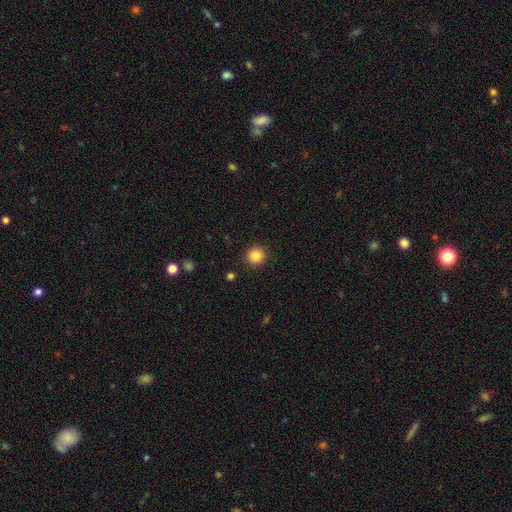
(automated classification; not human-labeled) smooth-or-featured: smooth: 86% | star or artifact: 10% | featured or disk: 4%
  how-rounded: round: 93% | in between: 6% | cigar-shaped: 1%
  merging: none: 91% | minor disturbance: 6% | major disturbance: 2% | merger: 1%